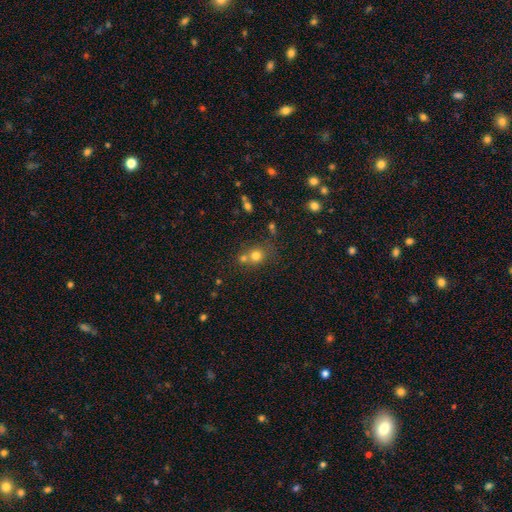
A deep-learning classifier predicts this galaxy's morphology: Smooth or featured? Predicted: smooth (p=0.73). How rounded? Predicted: round (p=0.81). Merging? Predicted: none (p=0.48).